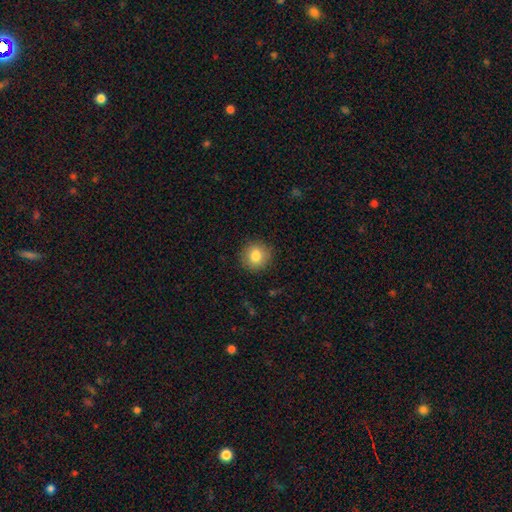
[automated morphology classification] This appears to be a smooth galaxy with no disk features (83%) that is round (93%). Merging: none (90%).